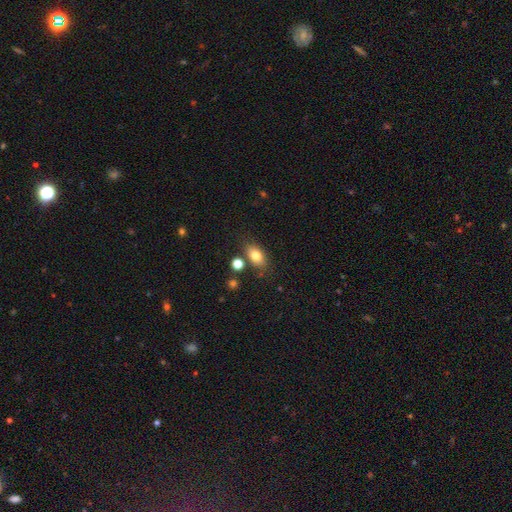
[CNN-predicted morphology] Smooth or featured? Predicted: smooth (p=0.78). How rounded? Predicted: in between (p=0.82). Merging? Predicted: none (p=0.77).